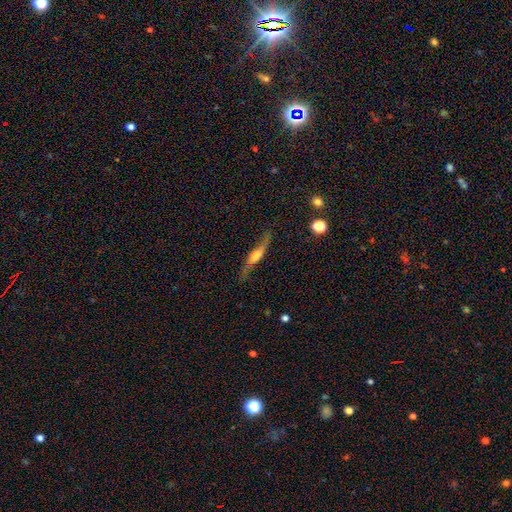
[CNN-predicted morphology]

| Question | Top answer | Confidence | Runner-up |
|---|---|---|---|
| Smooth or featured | featured or disk | 66% | smooth (26%) |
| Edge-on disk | yes | 59% | no (41%) |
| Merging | none | 61% | minor disturbance (23%) |